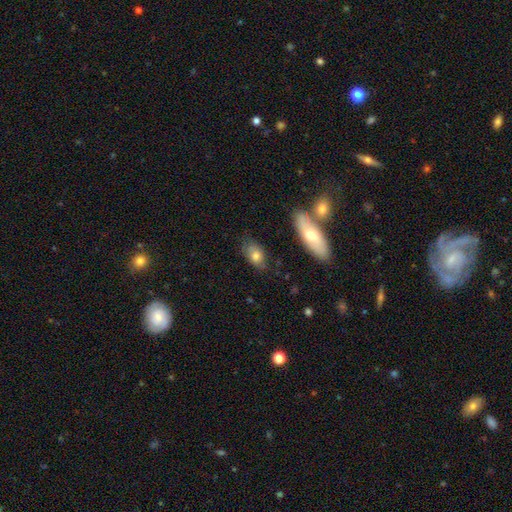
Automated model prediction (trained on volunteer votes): A smooth galaxy with no disk features (73%) that is in between round and cigar-shaped (86%). Merging: none (70%).